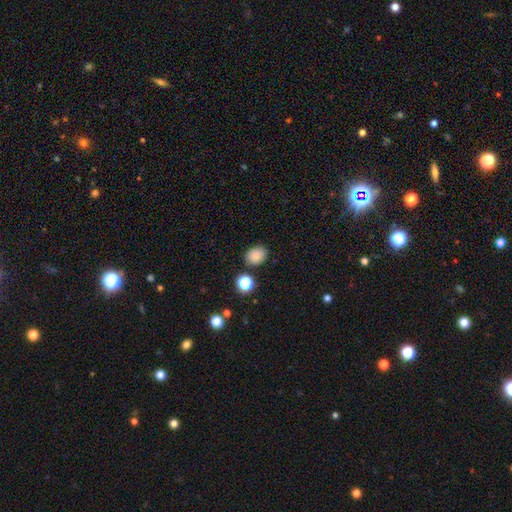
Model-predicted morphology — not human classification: Smooth or featured: smooth — 84% (star or artifact — 10%)
How rounded: in between — 60% (round — 39%)
Merging: none — 82% (minor disturbance — 11%)